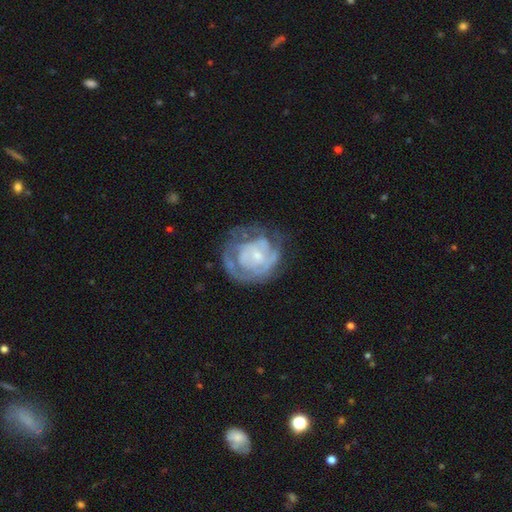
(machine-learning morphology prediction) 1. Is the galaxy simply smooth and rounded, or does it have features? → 73% featured or disk, 20% smooth, 7% star or artifact.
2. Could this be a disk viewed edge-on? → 98% no, 2% yes.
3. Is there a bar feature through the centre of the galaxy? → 75% no, 21% weak, 4% strong.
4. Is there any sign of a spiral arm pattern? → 69% yes, 31% no.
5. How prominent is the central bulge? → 61% small, 27% moderate, 8% none, 3% large, 1% dominant.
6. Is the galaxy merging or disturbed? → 52% none, 23% minor disturbance, 22% major disturbance, 3% merger.